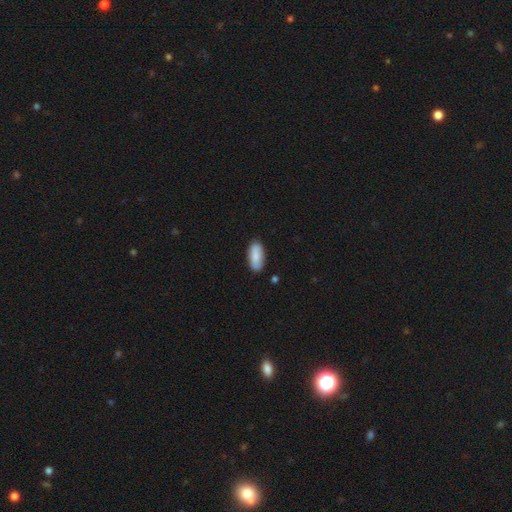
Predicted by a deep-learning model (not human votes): smooth-or-featured: smooth: 84% | featured or disk: 10% | star or artifact: 6%
  how-rounded: in between: 88% | cigar-shaped: 10% | round: 2%
  merging: none: 86% | minor disturbance: 10% | major disturbance: 2% | merger: 1%